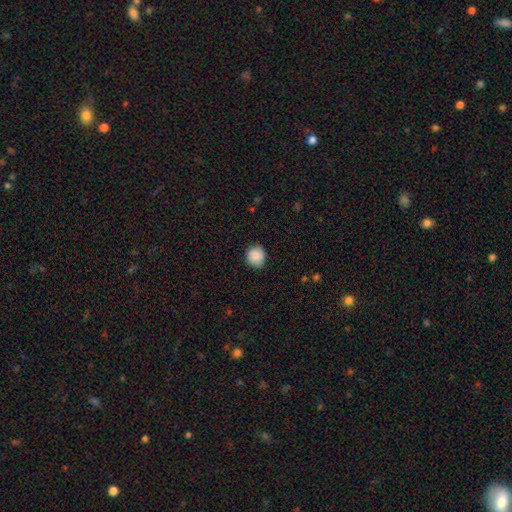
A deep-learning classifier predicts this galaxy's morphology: Smooth or featured?
  - smooth: 87% *
  - star or artifact: 8%
  - featured or disk: 5%
How rounded?
  - round: 89% *
  - in between: 10%
  - cigar-shaped: 1%
Merging?
  - none: 86% *
  - minor disturbance: 10%
  - major disturbance: 2%
  - merger: 1%